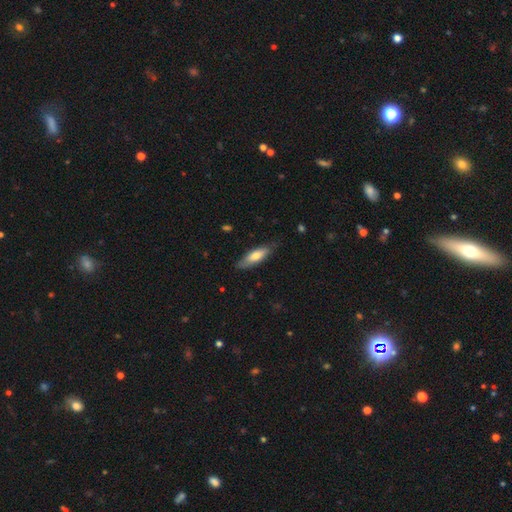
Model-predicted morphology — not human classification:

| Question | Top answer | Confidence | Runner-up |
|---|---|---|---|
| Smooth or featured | smooth | 69% | featured or disk (25%) |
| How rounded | in between | 49% | tied: cigar-shaped (49%) |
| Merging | none | 77% | minor disturbance (18%) |